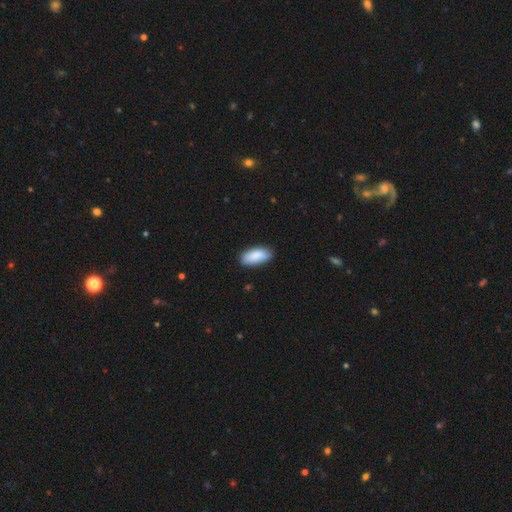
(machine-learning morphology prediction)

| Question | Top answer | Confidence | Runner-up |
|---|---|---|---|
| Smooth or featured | smooth | 88% | featured or disk (6%) |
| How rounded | in between | 88% | cigar-shaped (10%) |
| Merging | none | 84% | minor disturbance (13%) |